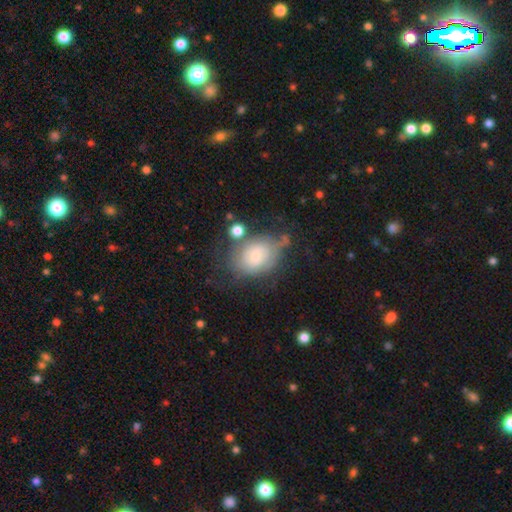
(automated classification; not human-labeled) A smooth galaxy with no disk features (48%).

Vote fractions:
- Smooth or featured? smooth: 48% / featured or disk: 43% / star or artifact: 8%
- Merging? none: 41% / minor disturbance: 28% / major disturbance: 21% / merger: 10%